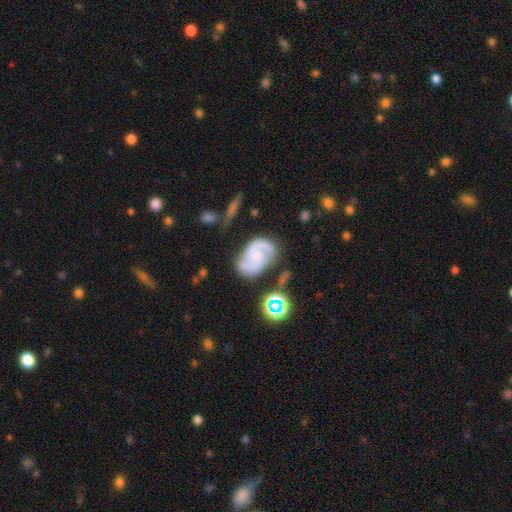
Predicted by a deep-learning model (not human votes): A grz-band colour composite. It shows a featured or disk galaxy (80%) with no bar (59%), 2 (88%) medium (51%) spiral arms (96%) and no central bulge (42%). Merging: none (59%).